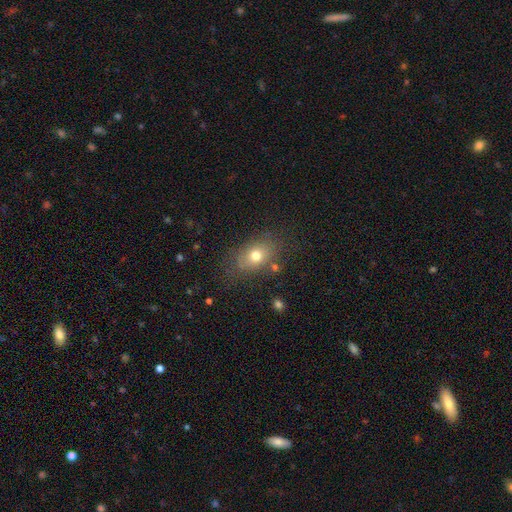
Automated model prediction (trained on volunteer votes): The model was most divided on "how rounded": in between: 73%, round: 25%, cigar-shaped: 2%. More confident: merging — none (74%); smooth or featured — smooth (73%).